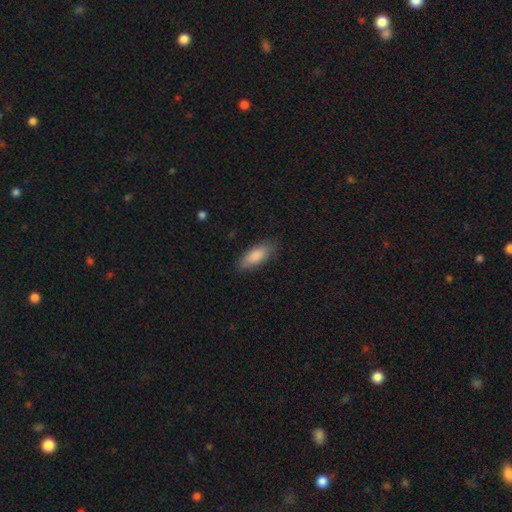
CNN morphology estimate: The model was most divided on "how rounded": in between: 79%, cigar-shaped: 20%, round: 2%. More confident: smooth or featured — smooth (87%); merging — none (81%).